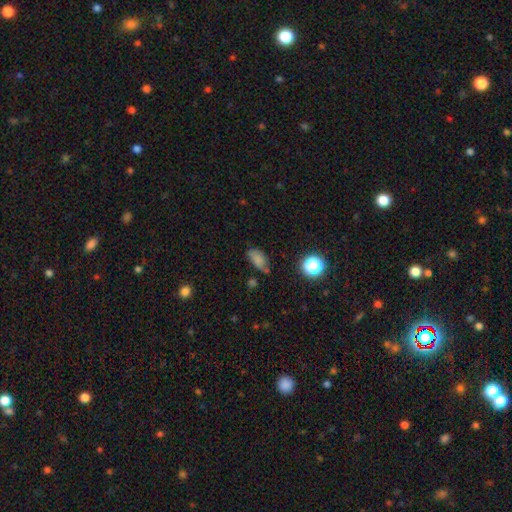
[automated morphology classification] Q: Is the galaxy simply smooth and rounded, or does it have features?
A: smooth — 66%.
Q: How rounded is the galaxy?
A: in between — 83%.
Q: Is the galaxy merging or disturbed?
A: none — 62%.